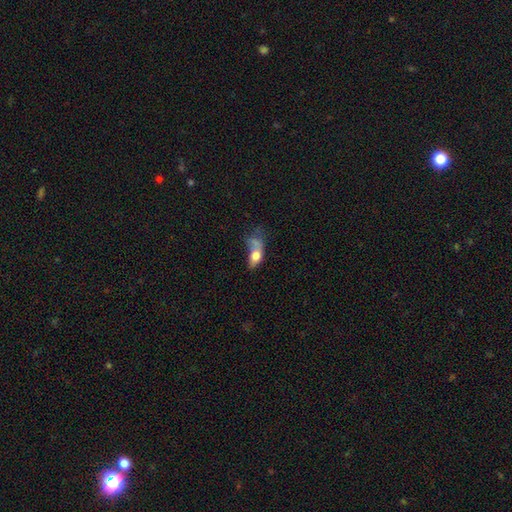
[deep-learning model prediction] Smooth or featured? smooth (67%)
How rounded? in between (77%)
Merging? major disturbance (40%)